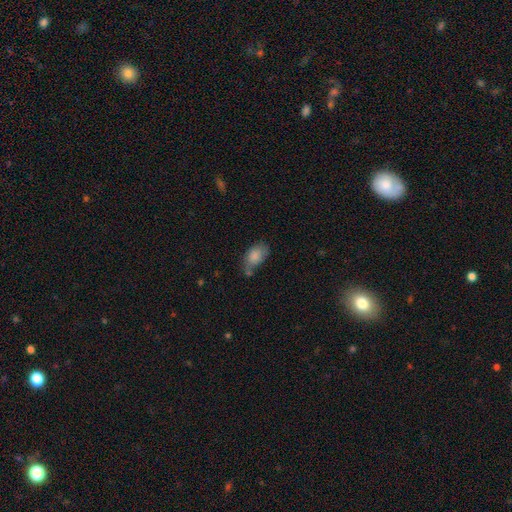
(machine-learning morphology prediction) Overall: smooth (81%). How rounded: in between (89%). Merging: none (45%; minor disturbance 29%).